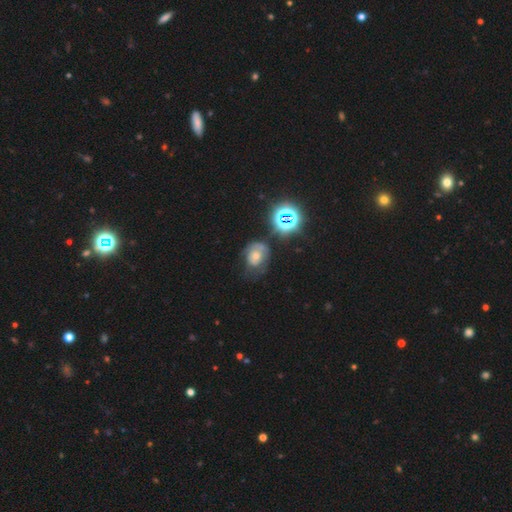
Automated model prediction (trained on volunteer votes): Smooth or featured?
  - featured or disk: 40% *
  - smooth: 30%
  - star or artifact: 30%
Merging?
  - none: 52% *
  - minor disturbance: 27%
  - major disturbance: 16%
  - merger: 5%